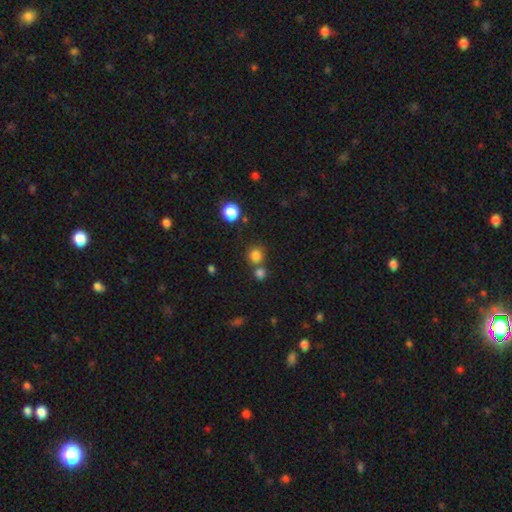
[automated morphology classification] A smooth galaxy with no disk features (79%) that is round (89%).

Vote fractions:
- Smooth or featured? smooth: 79% / star or artifact: 15% / featured or disk: 5%
- How rounded? round: 89% / in between: 10% / cigar-shaped: 1%
- Merging? none: 65% / merger: 24% / minor disturbance: 8% / major disturbance: 3%